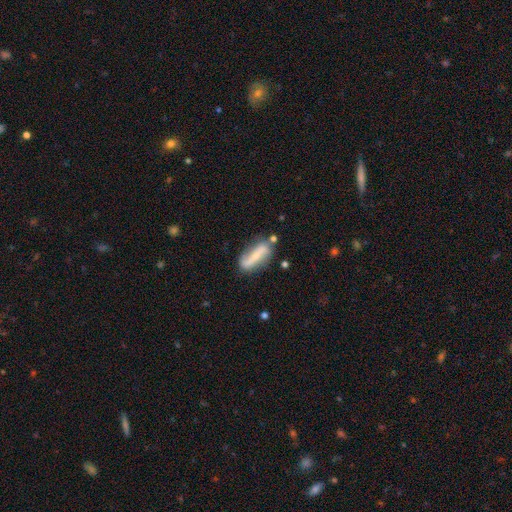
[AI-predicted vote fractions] A featured or disk galaxy (63%) with a strong bar (44%), spiral arms (82%) and a small central bulge (60%).

Vote fractions:
- Smooth or featured? featured or disk: 63% / smooth: 30% / star or artifact: 7%
- Edge-on disk? no: 82% / yes: 18%
- Bar? strong: 44% / no: 29% / weak: 26%
- Spiral arms? yes: 82% / no: 18%
- Bulge size? small: 60% / moderate: 25% / none: 11% / large: 2% / dominant: 1%
- Merging? none: 69% / minor disturbance: 19% / merger: 6% / major disturbance: 6%